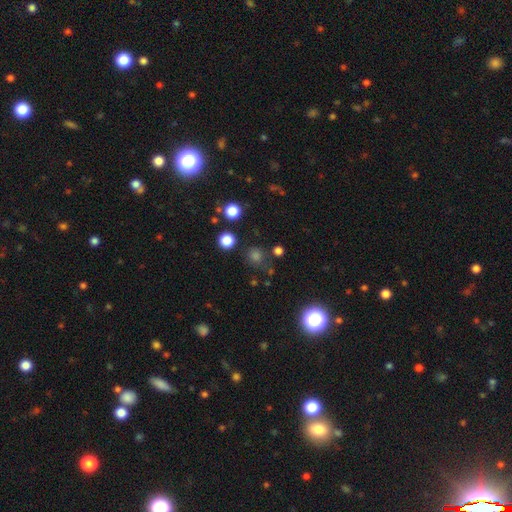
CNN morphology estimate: A smooth galaxy with no disk features (66%) that is round (89%). Merging: none (80%).